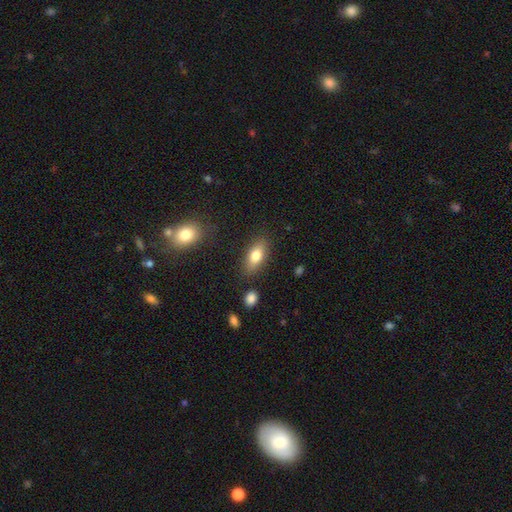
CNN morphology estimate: This is likely a smooth galaxy (77%). How rounded: clearly in between (82%). Merging: clearly none (83%).